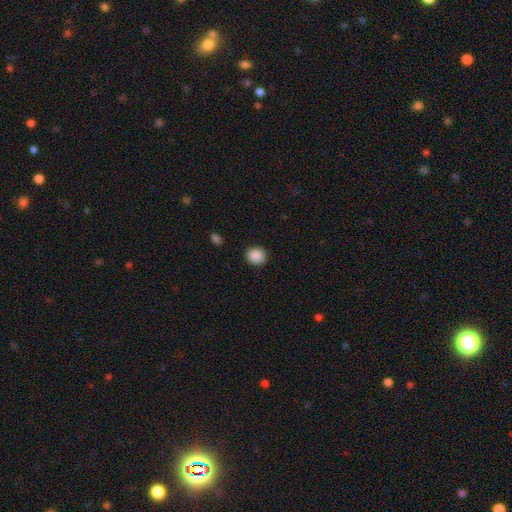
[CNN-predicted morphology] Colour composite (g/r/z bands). It shows a smooth galaxy with no disk features (89%) that is round (76%). Merging: none (90%).